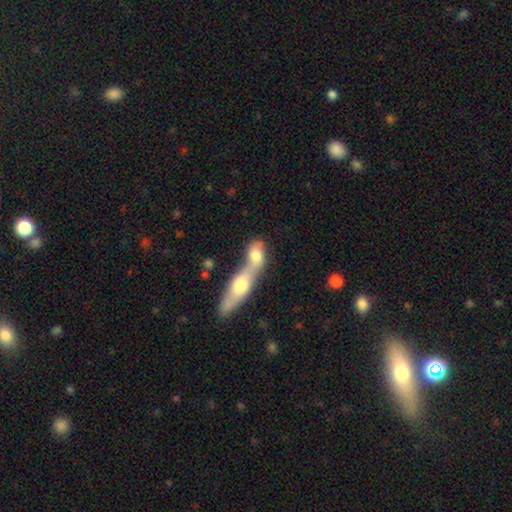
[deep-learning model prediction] Overall: smooth (66%; featured or disk 27%). How rounded: in between (65%). Merging: merger (72%).